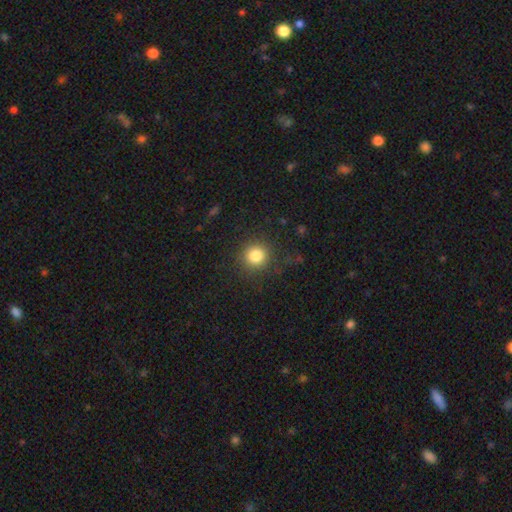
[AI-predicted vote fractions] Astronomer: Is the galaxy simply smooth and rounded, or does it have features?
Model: smooth — 82%.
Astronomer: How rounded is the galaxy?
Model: round — 92%.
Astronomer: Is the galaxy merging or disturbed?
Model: none — 87%.